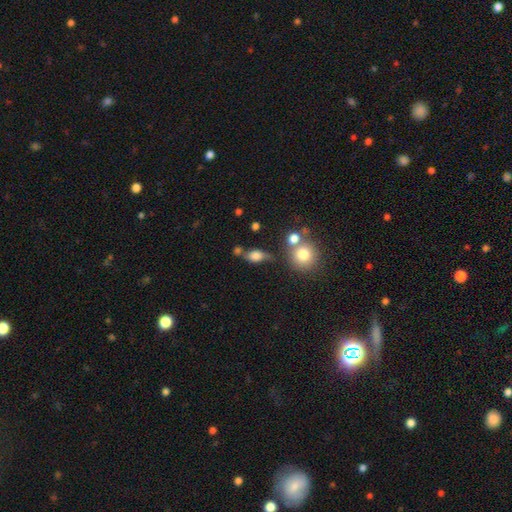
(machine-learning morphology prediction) Overall: smooth (68%). How rounded: in between (71%). Merging: none (52%; minor disturbance 23%).